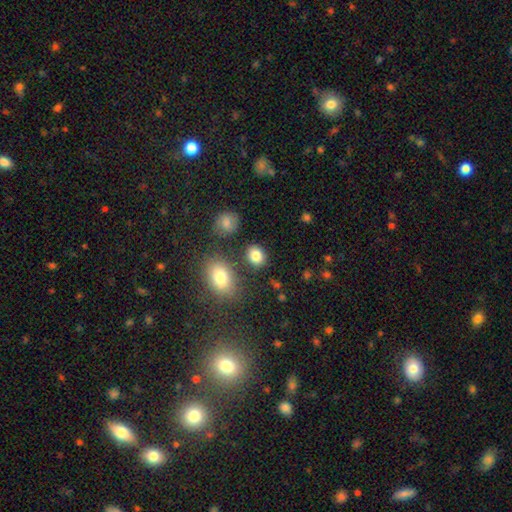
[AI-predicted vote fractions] Overall: smooth (83%). How rounded: in between (53%; round 45%). Merging: none (80%).